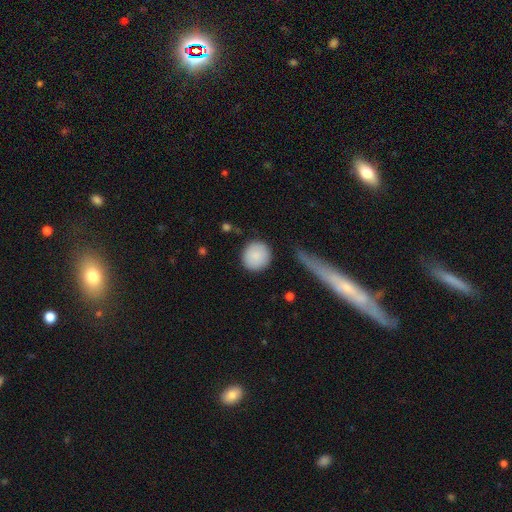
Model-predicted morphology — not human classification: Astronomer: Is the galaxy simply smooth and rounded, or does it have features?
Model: smooth — 88%.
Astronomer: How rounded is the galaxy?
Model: round — 93%.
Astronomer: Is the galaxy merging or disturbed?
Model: none — 86%.